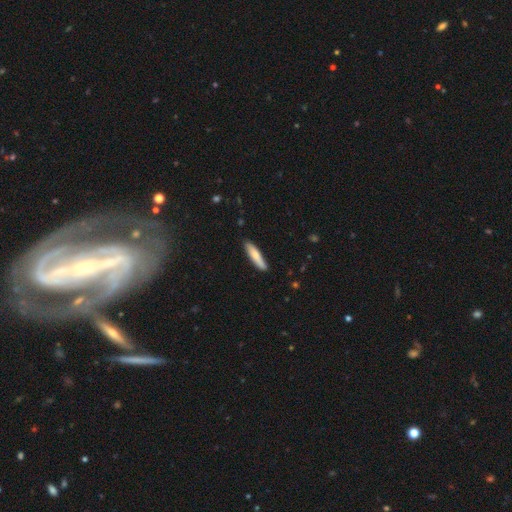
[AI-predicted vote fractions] This appears to be a smooth galaxy with no disk features (70%) that is cigar-shaped (82%). Merging: none (87%).